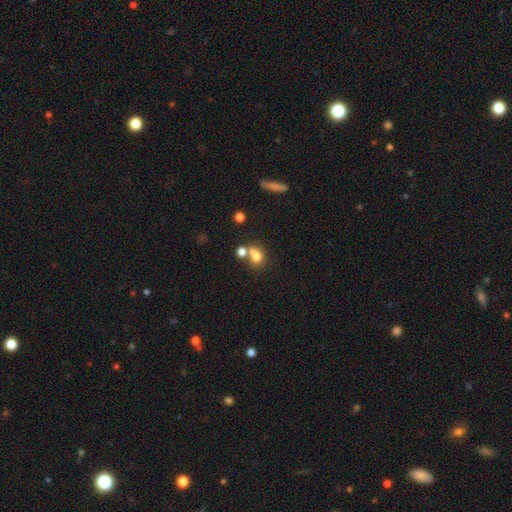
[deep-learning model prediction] Smooth or featured? smooth (73%)
How rounded? round (65%)
Merging? merger (44%)